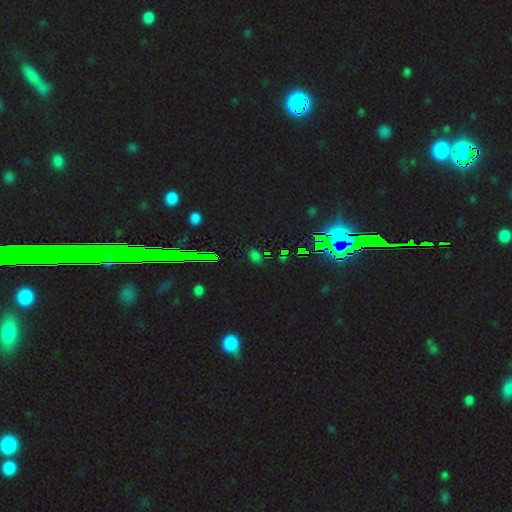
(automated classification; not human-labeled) This appears to be a star or artifact, not a galaxy (54%).